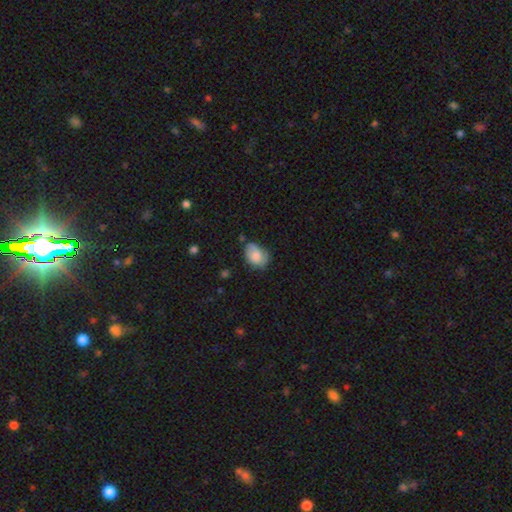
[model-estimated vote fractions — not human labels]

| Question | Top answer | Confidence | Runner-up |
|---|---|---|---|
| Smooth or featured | smooth | 70% | featured or disk (22%) |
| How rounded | in between | 77% | round (22%) |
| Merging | none | 53% | minor disturbance (34%) |